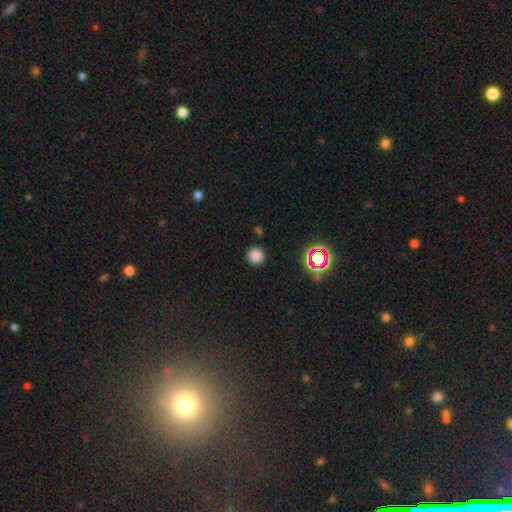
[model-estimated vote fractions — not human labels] smooth_or_featured: smooth (p=0.80) [alt: star or artifact p=0.16]
how_rounded: round (p=0.94) [alt: in between p=0.05]
merging: none (p=0.89) [alt: minor disturbance p=0.07]